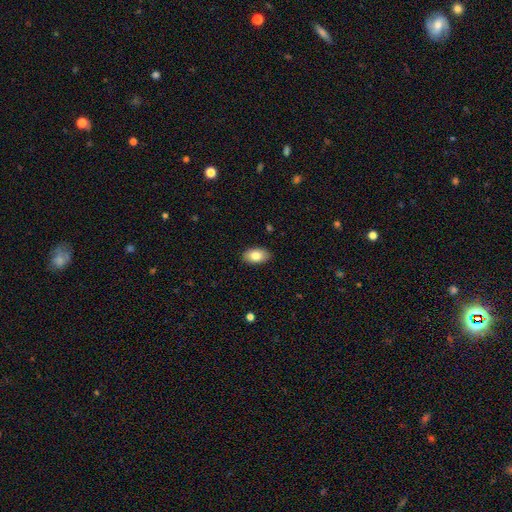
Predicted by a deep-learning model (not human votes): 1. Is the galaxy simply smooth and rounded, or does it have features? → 82% smooth, 11% featured or disk, 7% star or artifact.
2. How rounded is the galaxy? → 93% in between, 6% round, 1% cigar-shaped.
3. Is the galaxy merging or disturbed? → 89% none, 8% minor disturbance, 2% major disturbance, 1% merger.